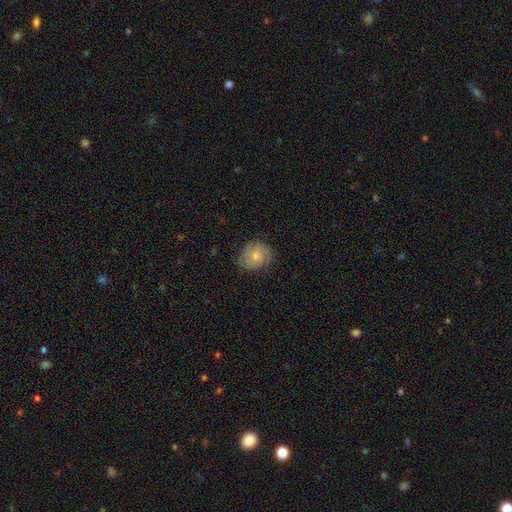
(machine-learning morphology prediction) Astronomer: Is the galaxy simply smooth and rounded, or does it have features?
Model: featured or disk — 48% (runner-up: smooth, 45%).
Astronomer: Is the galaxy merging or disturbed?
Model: none — 74%.